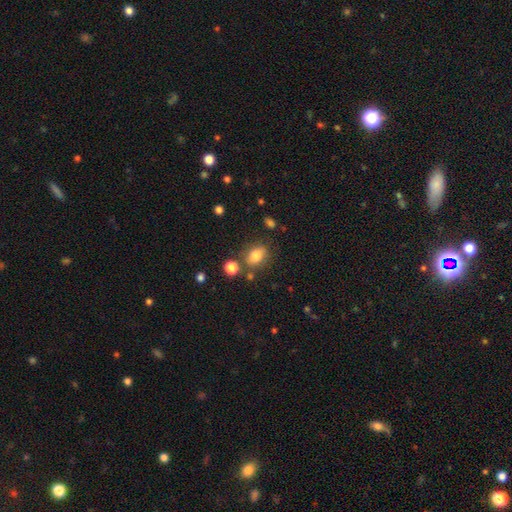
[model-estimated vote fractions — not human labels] smooth_or_featured: smooth (p=0.80) [alt: star or artifact p=0.11]
how_rounded: in between (p=0.65) [alt: round p=0.33]
merging: none (p=0.71) [alt: minor disturbance p=0.16]